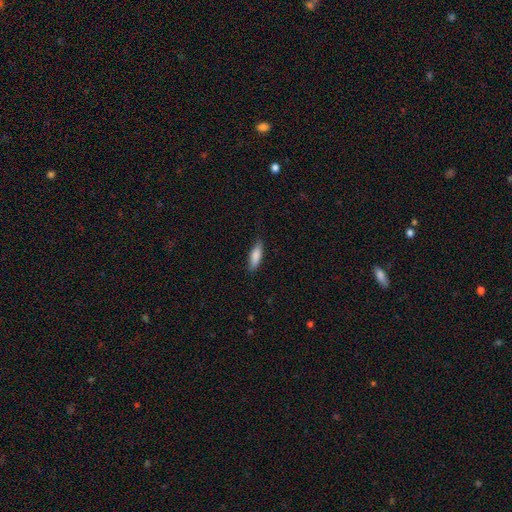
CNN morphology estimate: A smooth galaxy with no disk features (84%) that is in between round and cigar-shaped (50%).

Vote fractions:
- Smooth or featured? smooth: 84% / featured or disk: 10% / star or artifact: 6%
- How rounded? in between: 50% / cigar-shaped: 48% / round: 2%
- Merging? none: 80% / minor disturbance: 16% / major disturbance: 3% / merger: 1%